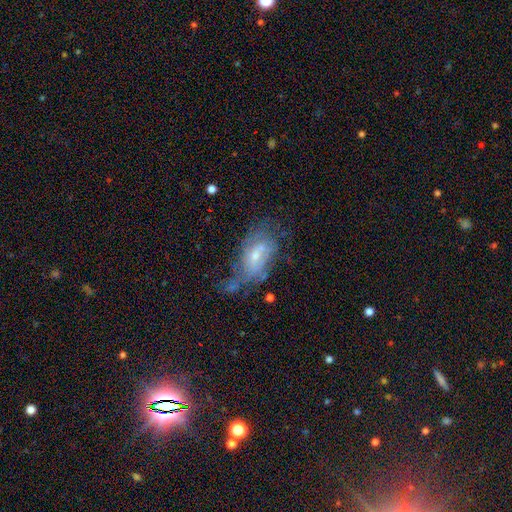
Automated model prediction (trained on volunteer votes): Morphology: type=featured or disk (60%); edge-on=no (92%); bar=no (44%, tied with weak); spiral arms=yes (65%); bulge=small (53%); merging=none (39%).